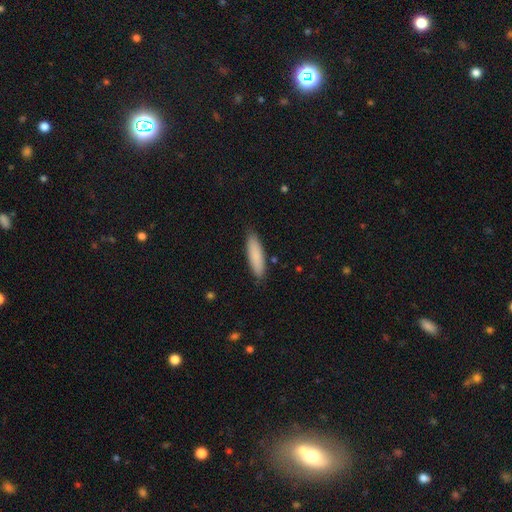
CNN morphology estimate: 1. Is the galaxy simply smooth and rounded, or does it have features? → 85% smooth, 9% featured or disk, 6% star or artifact.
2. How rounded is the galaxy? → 70% cigar-shaped, 29% in between, 1% round.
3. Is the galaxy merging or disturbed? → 87% none, 10% minor disturbance, 2% major disturbance, 1% merger.